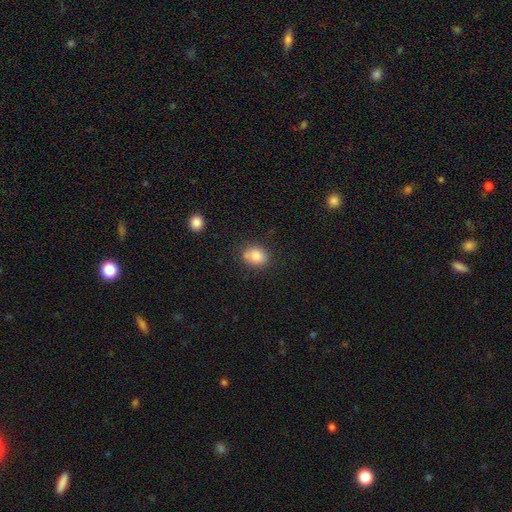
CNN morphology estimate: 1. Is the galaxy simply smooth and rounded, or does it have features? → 82% smooth, 10% star or artifact, 8% featured or disk.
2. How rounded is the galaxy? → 52% round, 47% in between, 1% cigar-shaped.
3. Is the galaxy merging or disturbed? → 73% none, 17% minor disturbance, 6% merger, 4% major disturbance.